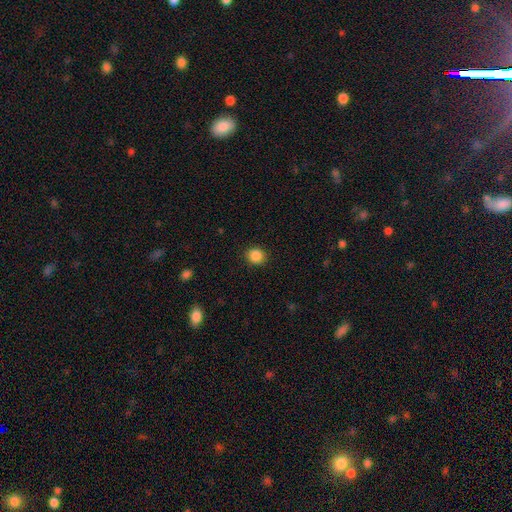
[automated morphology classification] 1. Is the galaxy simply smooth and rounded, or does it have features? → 87% smooth, 10% star or artifact, 3% featured or disk.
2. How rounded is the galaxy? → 84% round, 15% in between, 1% cigar-shaped.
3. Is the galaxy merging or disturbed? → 90% none, 7% minor disturbance, 2% major disturbance, 1% merger.